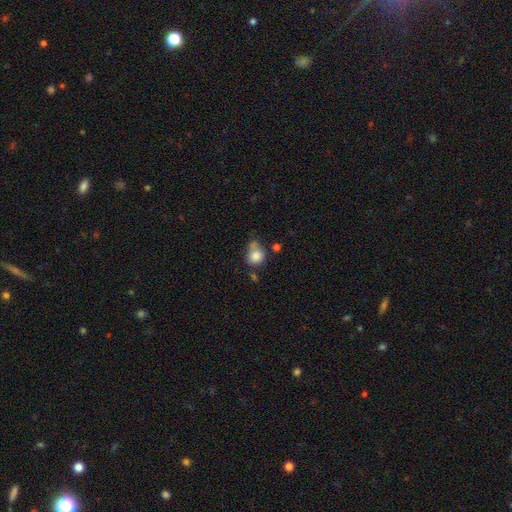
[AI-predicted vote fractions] This appears to be a smooth galaxy with no disk features (83%) that is round (74%). Merging: none (46%).